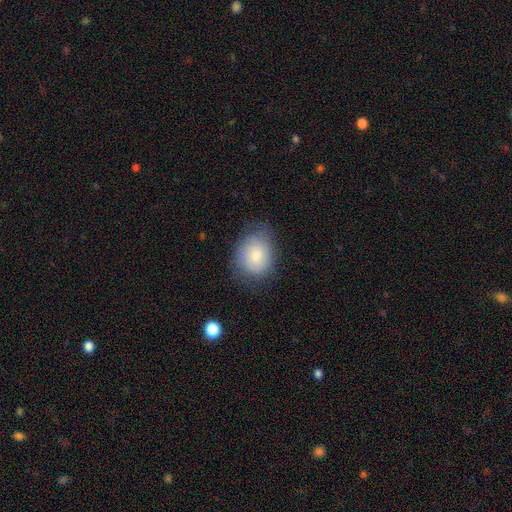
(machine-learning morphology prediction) smooth 73%, featured or disk 19%, star or artifact 9%. Down the decision tree: how rounded — round (57%); merging — none (64%).